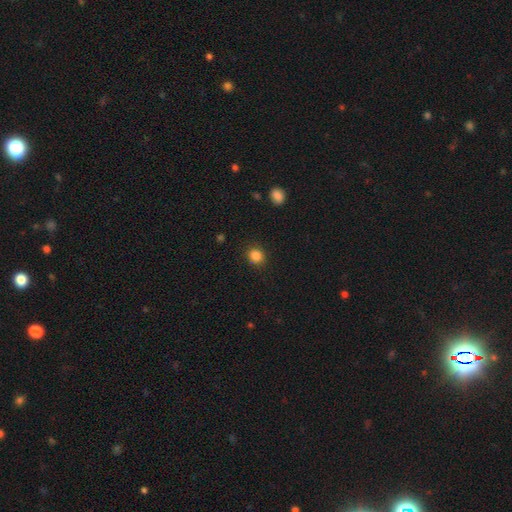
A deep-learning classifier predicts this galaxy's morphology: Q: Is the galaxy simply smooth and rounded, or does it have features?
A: smooth — 85%.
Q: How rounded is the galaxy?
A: round — 79%.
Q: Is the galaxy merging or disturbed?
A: none — 90%.